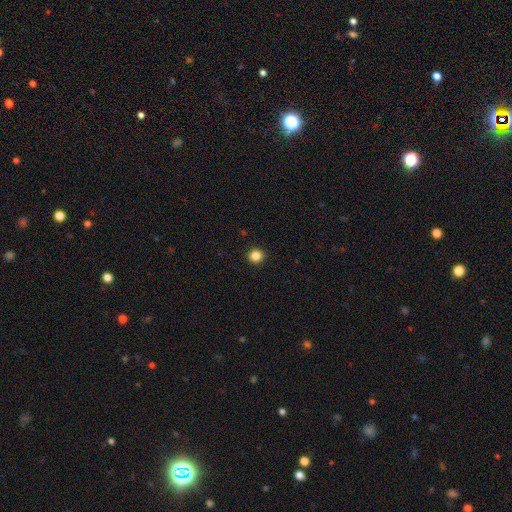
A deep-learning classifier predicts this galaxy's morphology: smooth-or-featured: smooth: 84% | star or artifact: 12% | featured or disk: 4%
  how-rounded: round: 94% | in between: 6% | cigar-shaped: 1%
  merging: none: 93% | minor disturbance: 4% | major disturbance: 1% | merger: 1%